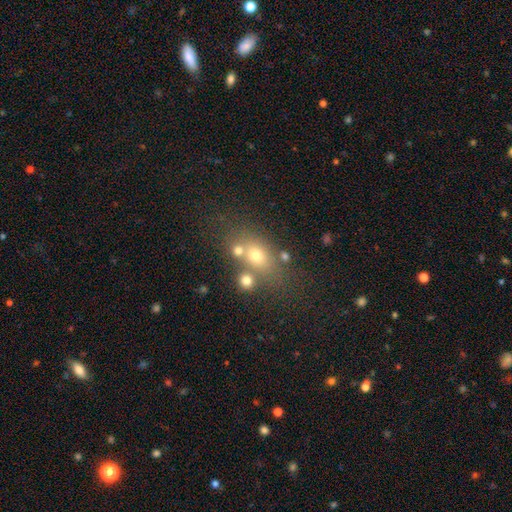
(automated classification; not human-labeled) smooth-or-featured: smooth: 66% | featured or disk: 18% | star or artifact: 16%
  how-rounded: in between: 61% | round: 34% | cigar-shaped: 5%
  merging: none: 54% | merger: 25% | minor disturbance: 14% | major disturbance: 7%